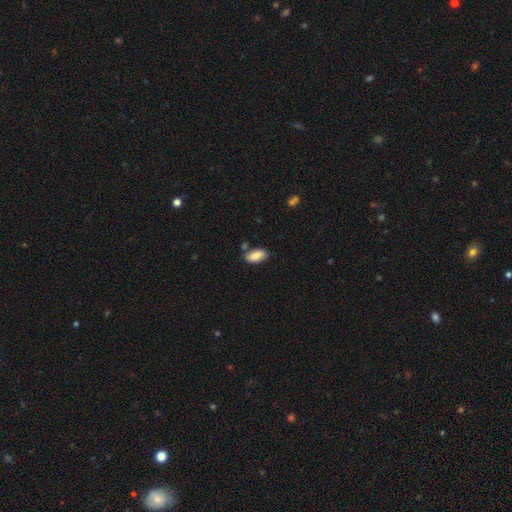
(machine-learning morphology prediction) The model was most divided on "merging": none: 75%, minor disturbance: 16%, merger: 6%, major disturbance: 3%. More confident: how rounded — in between (91%); smooth or featured — smooth (85%).